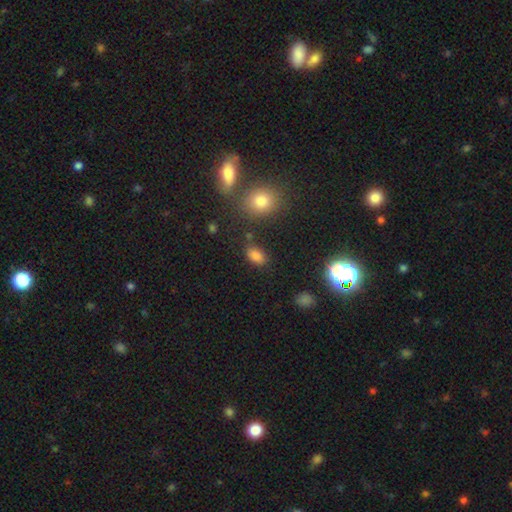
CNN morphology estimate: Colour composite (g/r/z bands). It shows a smooth galaxy with no disk features (81%) that is in between round and cigar-shaped (87%). Merging: none (76%).